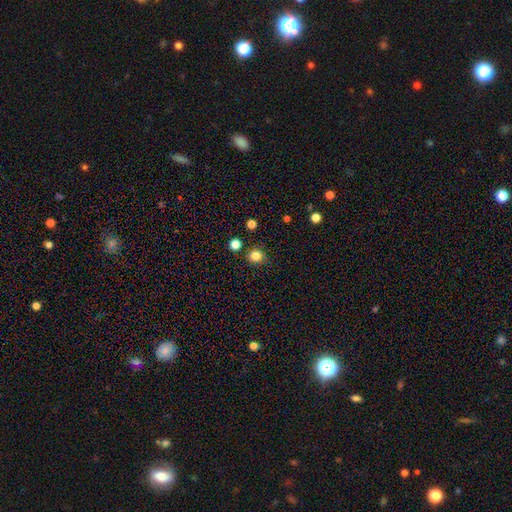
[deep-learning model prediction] Smooth or featured?
  - smooth: 82% *
  - star or artifact: 13%
  - featured or disk: 5%
How rounded?
  - round: 85% *
  - in between: 14%
  - cigar-shaped: 1%
Merging?
  - none: 84% *
  - minor disturbance: 10%
  - merger: 3%
  - major disturbance: 3%